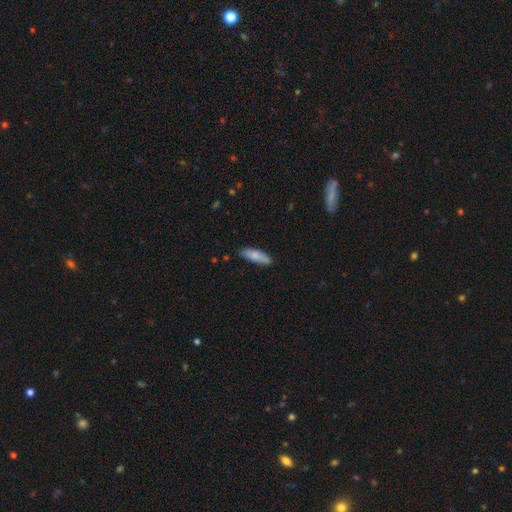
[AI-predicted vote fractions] Q: Smooth or featured?
A: smooth (79%); runner-up: featured or disk (15%)
Q: How rounded?
A: cigar-shaped (53%); runner-up: in between (45%)
Q: Merging?
A: none (82%); runner-up: minor disturbance (14%)